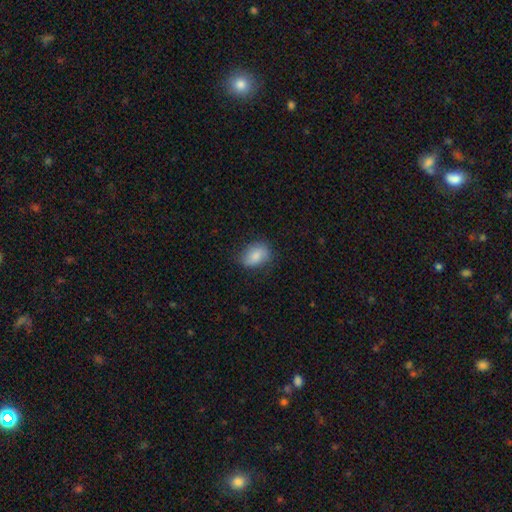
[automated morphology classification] Smooth or featured: smooth — 81% (featured or disk — 12%)
How rounded: in between — 80% (round — 18%)
Merging: none — 70% (minor disturbance — 23%)